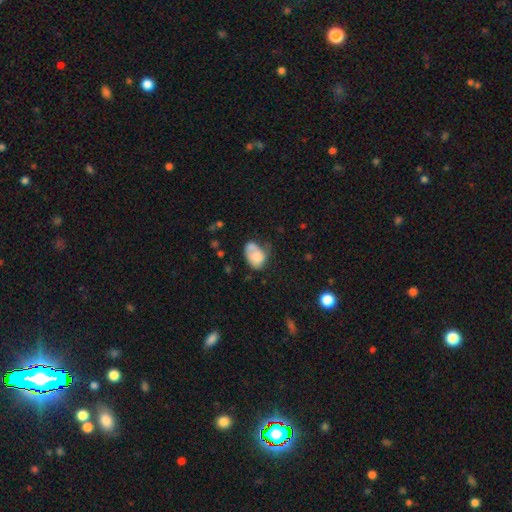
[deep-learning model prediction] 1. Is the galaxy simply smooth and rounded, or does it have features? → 75% smooth, 17% featured or disk, 8% star or artifact.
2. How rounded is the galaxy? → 79% in between, 20% round, 1% cigar-shaped.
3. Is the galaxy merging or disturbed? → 33% none, 29% minor disturbance, 21% merger, 18% major disturbance.